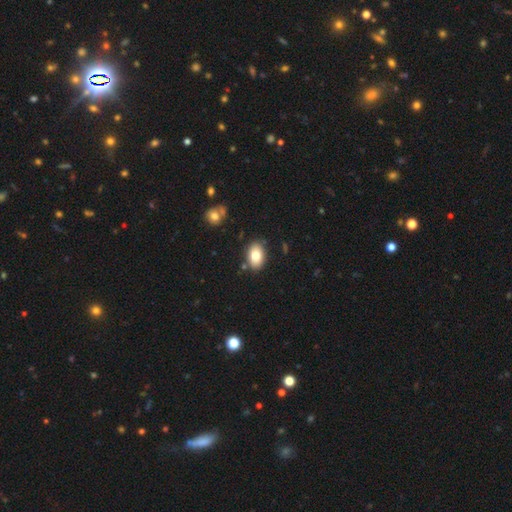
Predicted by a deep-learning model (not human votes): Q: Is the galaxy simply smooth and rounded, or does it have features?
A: smooth — 81%.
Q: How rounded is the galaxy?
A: in between — 88%.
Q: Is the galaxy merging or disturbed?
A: none — 83%.